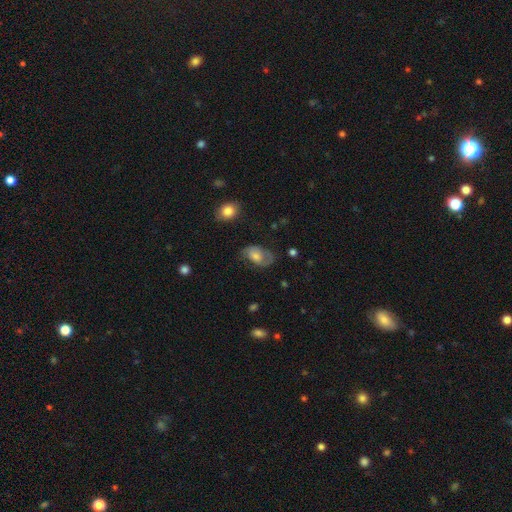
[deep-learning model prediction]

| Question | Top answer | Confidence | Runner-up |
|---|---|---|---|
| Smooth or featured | smooth | 48% | featured or disk (43%) |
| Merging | none | 53% | minor disturbance (27%) |